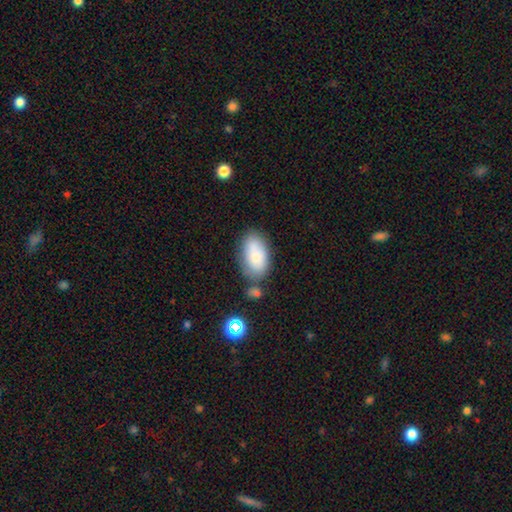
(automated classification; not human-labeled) A smooth galaxy with no disk features (80%) that is in between round and cigar-shaped (93%). Merging: none (59%).